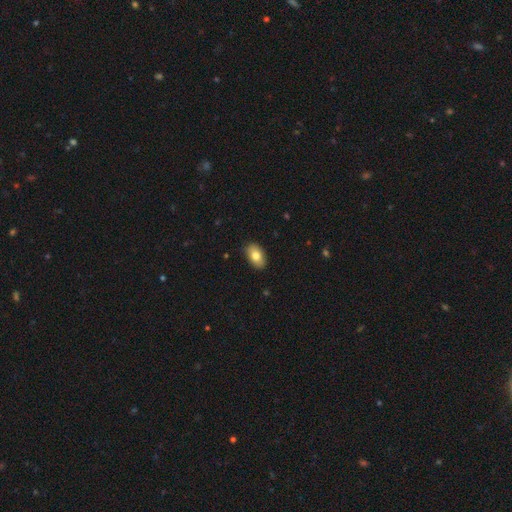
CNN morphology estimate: This is clearly a smooth galaxy (80%). How rounded: clearly in between (91%). Merging: clearly none (88%).